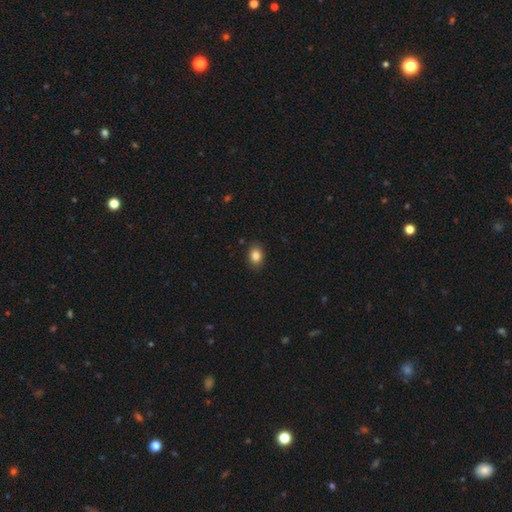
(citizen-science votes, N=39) This appears to be a smooth galaxy with no disk features (90%) that is in between round and cigar-shaped (66%). Merging: none (94%).